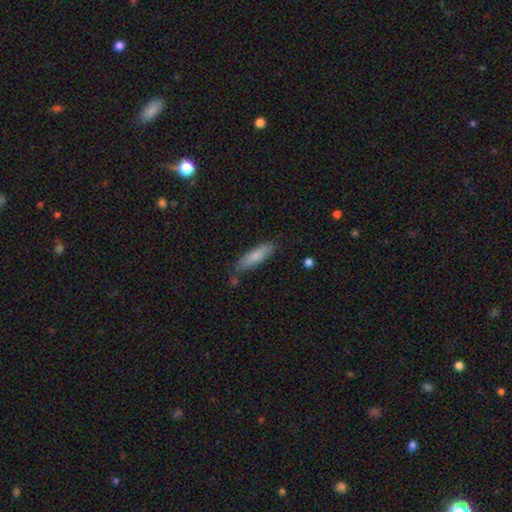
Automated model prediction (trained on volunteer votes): smooth-or-featured: smooth: 79% | featured or disk: 15% | star or artifact: 6%
  how-rounded: cigar-shaped: 67% | in between: 32% | round: 2%
  merging: none: 78% | minor disturbance: 16% | merger: 4% | major disturbance: 3%